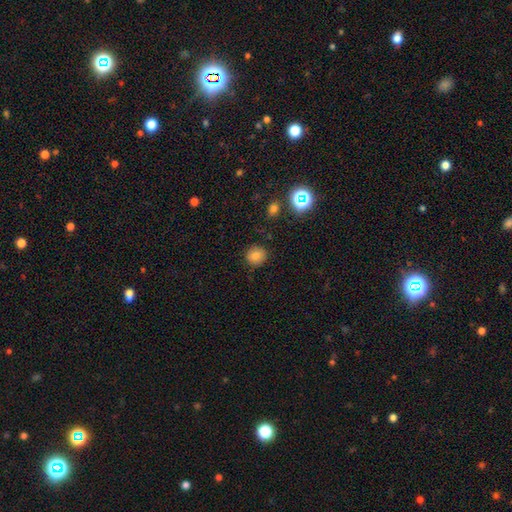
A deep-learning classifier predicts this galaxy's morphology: The model was most divided on "smooth or featured": smooth: 80%, star or artifact: 14%, featured or disk: 6%. More confident: how rounded — round (88%); merging — none (87%).